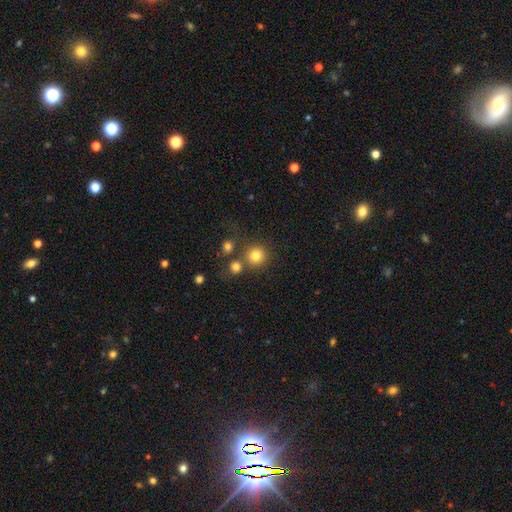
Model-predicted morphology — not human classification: A smooth galaxy with no disk features (80%) that is round (93%). Merging: none (73%).